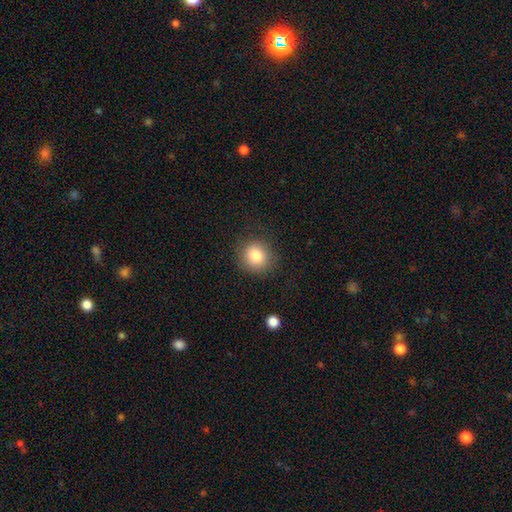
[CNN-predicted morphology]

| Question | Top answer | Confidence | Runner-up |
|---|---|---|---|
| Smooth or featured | smooth | 83% | star or artifact (10%) |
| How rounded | round | 84% | in between (15%) |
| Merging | none | 85% | minor disturbance (10%) |